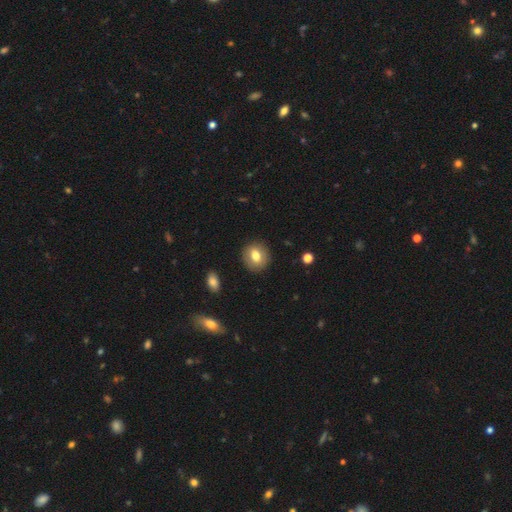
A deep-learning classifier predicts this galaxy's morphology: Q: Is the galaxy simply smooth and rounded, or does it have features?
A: smooth — 76%.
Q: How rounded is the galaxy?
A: round — 72%.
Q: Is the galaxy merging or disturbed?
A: none — 88%.